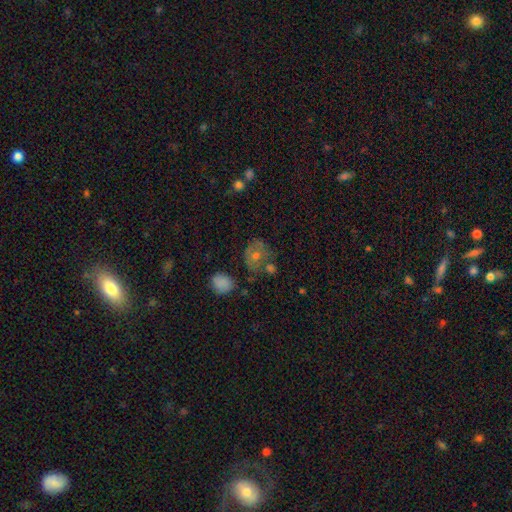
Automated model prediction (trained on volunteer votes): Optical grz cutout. It shows a smooth galaxy with no disk features (52%) that is round (65%). Merging: none (55%).